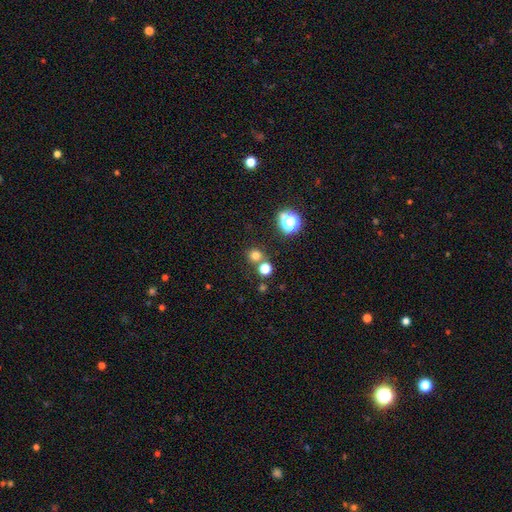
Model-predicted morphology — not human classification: Q: Smooth or featured?
A: smooth (71%); runner-up: star or artifact (23%)
Q: How rounded?
A: round (89%); runner-up: in between (10%)
Q: Merging?
A: none (70%); runner-up: merger (20%)